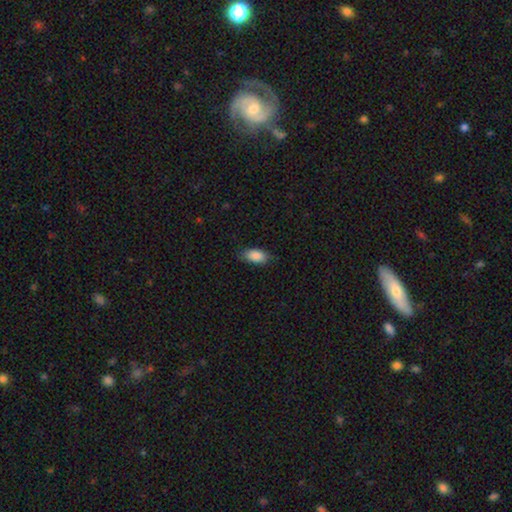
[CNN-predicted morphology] Smooth or featured: smooth — 87% (star or artifact — 7%)
How rounded: in between — 91% (cigar-shaped — 6%)
Merging: none — 80% (minor disturbance — 16%)